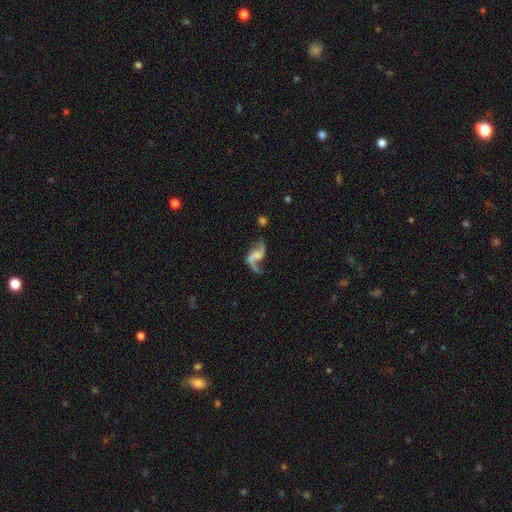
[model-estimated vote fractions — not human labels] Overall: featured or disk (85%). Edge-on disk: no (97%). Bar: no (51%; weak 36%). Spiral arms: yes (95%). Spiral arm count: 2 (89%). Spiral winding: loose (83%). Bulge size: none (39%; small 29%). Merging: none (58%).